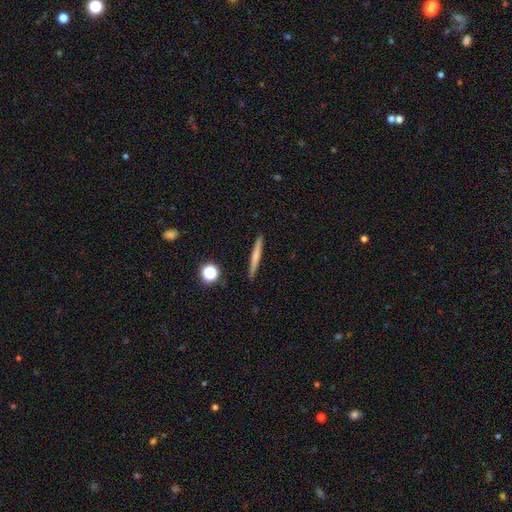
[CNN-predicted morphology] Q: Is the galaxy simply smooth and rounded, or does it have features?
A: smooth — 60%.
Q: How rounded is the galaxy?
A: cigar-shaped — 95%.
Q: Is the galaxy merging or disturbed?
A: none — 91%.